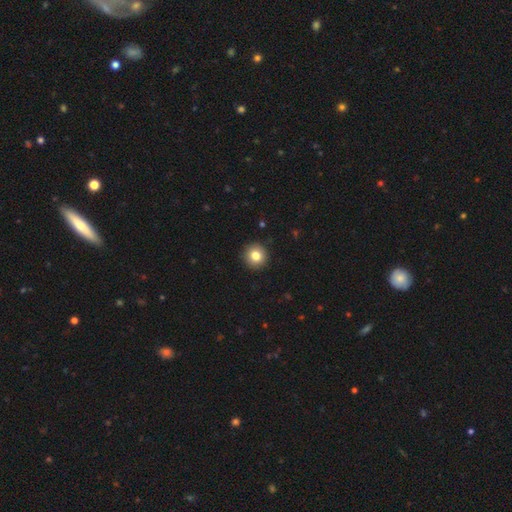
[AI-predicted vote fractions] Morphology: type=smooth (81%); roundness=round (94%); merging=none (92%).